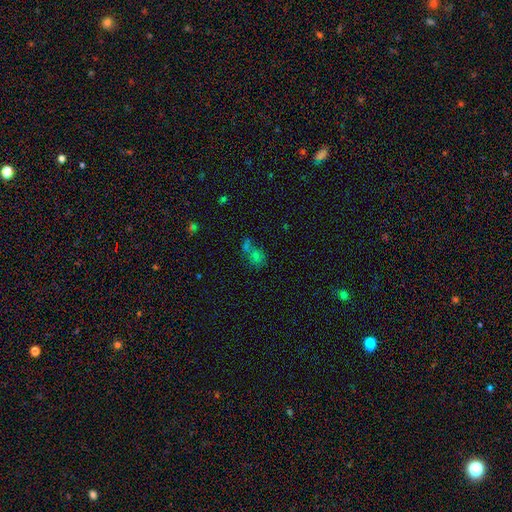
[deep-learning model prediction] Smooth or featured?
  - smooth: 47% *
  - star or artifact: 35%
  - featured or disk: 19%
Merging?
  - none: 42% *
  - merger: 40%
  - minor disturbance: 11%
  - major disturbance: 8%